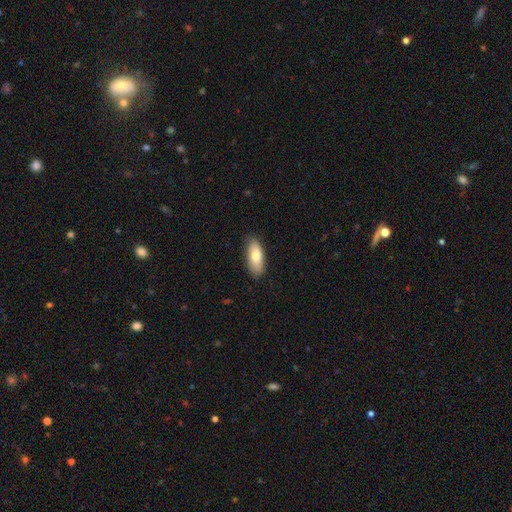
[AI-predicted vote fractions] smooth_or_featured: smooth (p=0.79) [alt: featured or disk p=0.15]
how_rounded: in between (p=0.82) [alt: cigar-shaped p=0.15]
merging: none (p=0.83) [alt: minor disturbance p=0.14]